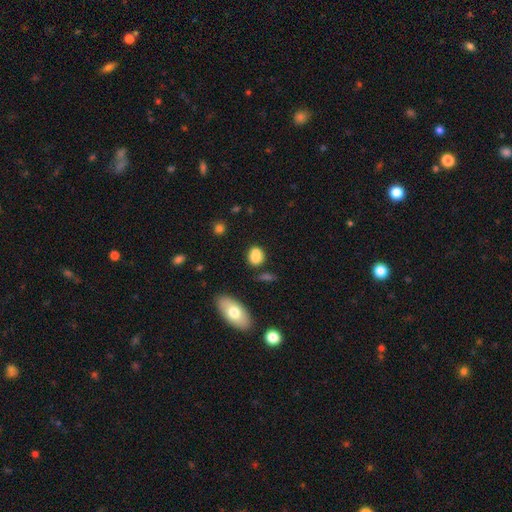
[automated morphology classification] This is clearly a smooth galaxy (80%). How rounded: possibly in between (51%). Merging: possibly none (57%).